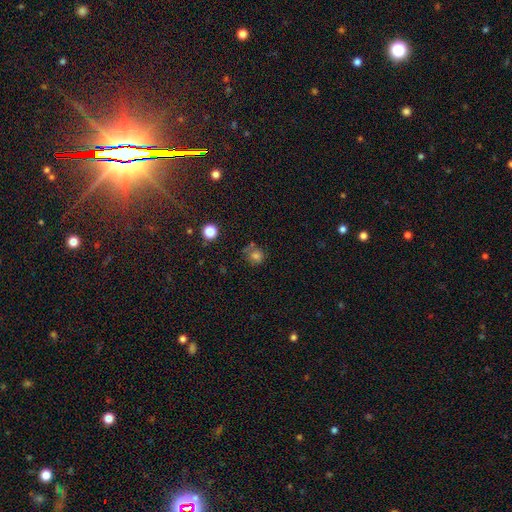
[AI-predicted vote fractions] smooth_or_featured: smooth (p=0.71) [alt: star or artifact p=0.19]
how_rounded: round (p=0.82) [alt: in between p=0.17]
merging: none (p=0.61) [alt: minor disturbance p=0.19]